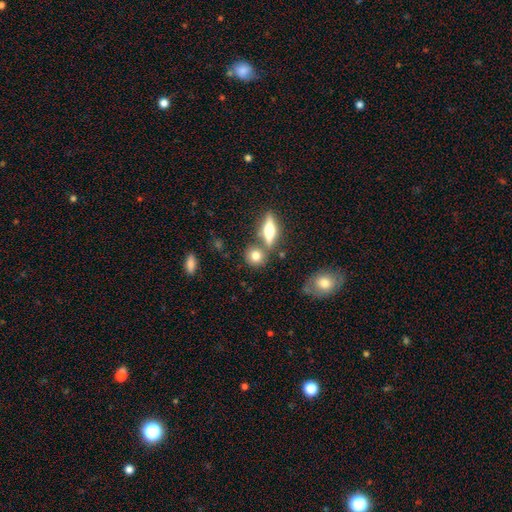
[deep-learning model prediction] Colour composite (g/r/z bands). It shows a smooth galaxy with no disk features (75%) that is round (77%). Merging: none (69%).